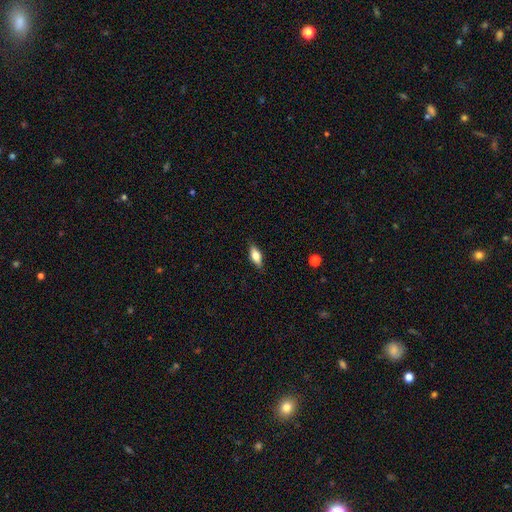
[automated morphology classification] A smooth galaxy with no disk features (65%) that is in between round and cigar-shaped (71%).

Vote fractions:
- Smooth or featured? smooth: 65% / featured or disk: 28% / star or artifact: 7%
- How rounded? in between: 71% / cigar-shaped: 25% / round: 3%
- Merging? none: 85% / minor disturbance: 11% / major disturbance: 2% / merger: 1%